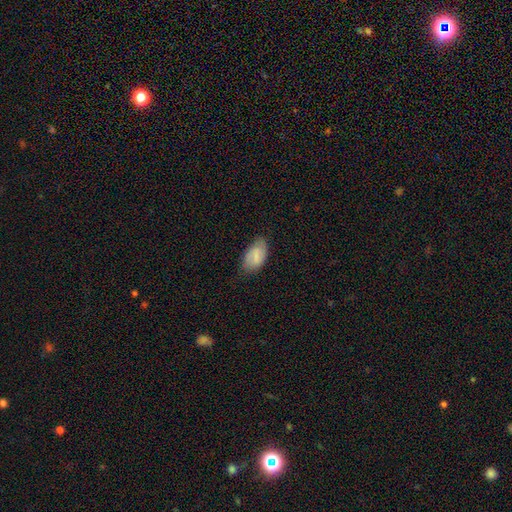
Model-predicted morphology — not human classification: The model was most divided on "merging": none: 71%, minor disturbance: 23%, major disturbance: 5%, merger: 1%. More confident: how rounded — in between (94%); smooth or featured — smooth (73%).